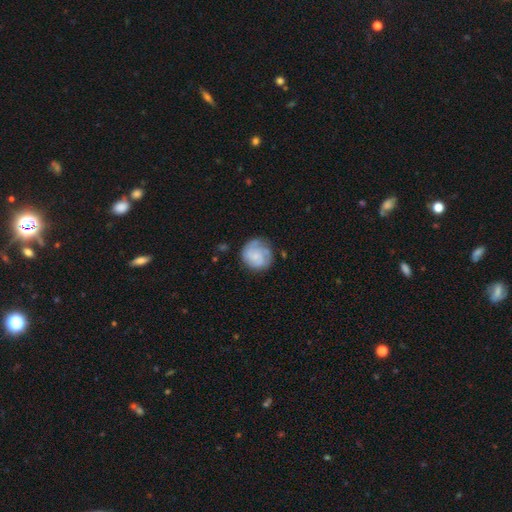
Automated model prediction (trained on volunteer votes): Smooth or featured? featured or disk (59%)
Edge-on disk? no (98%)
Bar? no (72%)
Spiral arms? yes (90%)
Spiral winding? tight (57%)
Spiral arm count? 3 (30%)
Bulge size? small (44%)
Merging? none (69%)